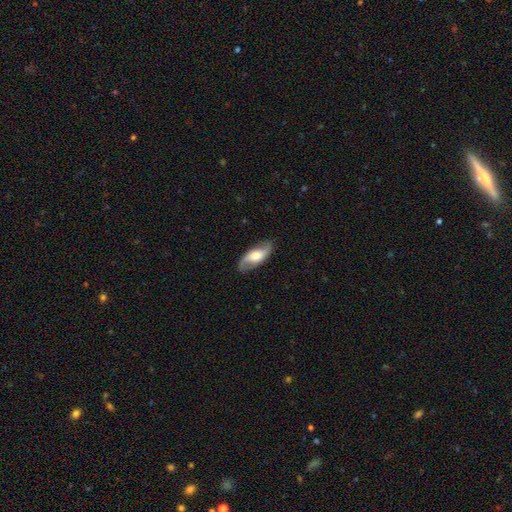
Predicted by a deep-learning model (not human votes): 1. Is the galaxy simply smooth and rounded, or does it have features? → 61% featured or disk, 33% smooth, 6% star or artifact.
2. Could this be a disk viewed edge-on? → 87% no, 13% yes.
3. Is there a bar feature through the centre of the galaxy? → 52% no, 32% weak, 16% strong.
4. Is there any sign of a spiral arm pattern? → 85% yes, 15% no.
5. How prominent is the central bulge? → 60% moderate, 19% small, 17% large, 2% none, 2% dominant.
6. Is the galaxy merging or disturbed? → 83% none, 12% minor disturbance, 4% major disturbance, 1% merger.